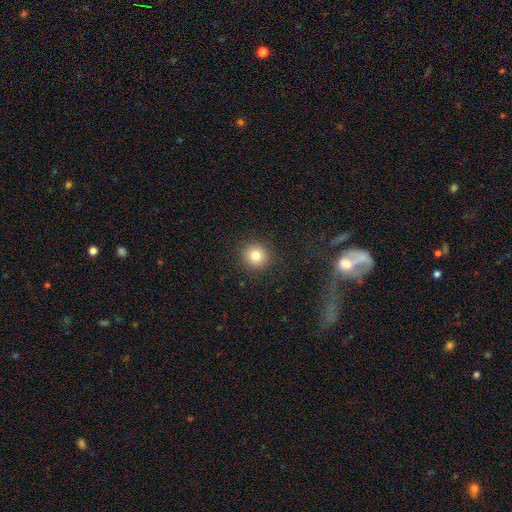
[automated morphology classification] A smooth galaxy with no disk features (82%) that is round (93%).

Vote fractions:
- Smooth or featured? smooth: 82% / star or artifact: 11% / featured or disk: 7%
- How rounded? round: 93% / in between: 6% / cigar-shaped: 1%
- Merging? none: 91% / minor disturbance: 6% / major disturbance: 2% / merger: 1%